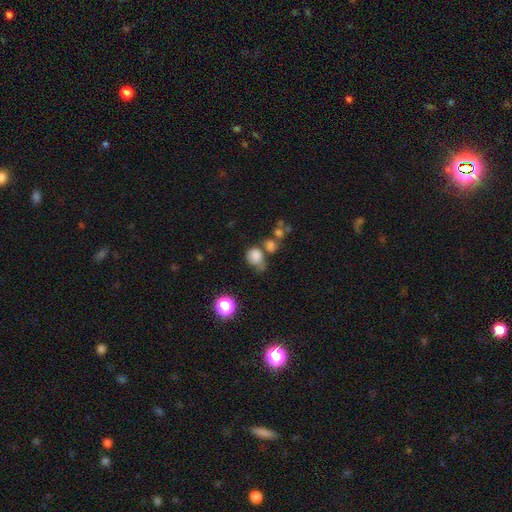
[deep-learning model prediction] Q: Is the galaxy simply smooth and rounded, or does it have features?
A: smooth — 79%.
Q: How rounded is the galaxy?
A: round — 62%.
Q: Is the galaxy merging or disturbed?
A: none — 37%.